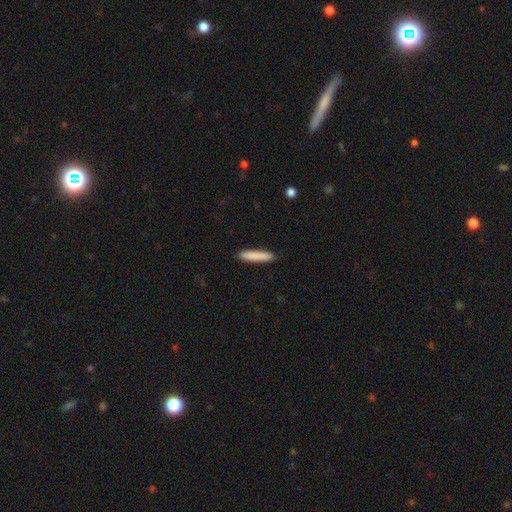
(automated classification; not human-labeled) Morphology: type=smooth (86%); roundness=cigar-shaped (90%); merging=none (91%).